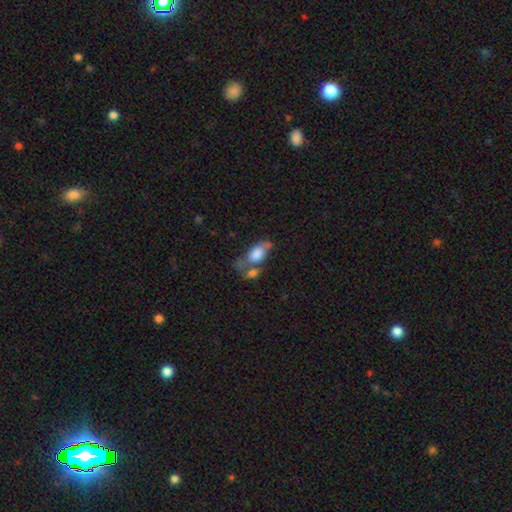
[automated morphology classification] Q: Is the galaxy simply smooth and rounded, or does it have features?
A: smooth — 72%.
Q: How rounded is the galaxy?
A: in between — 87%.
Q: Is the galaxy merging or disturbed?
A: merger — 41%.